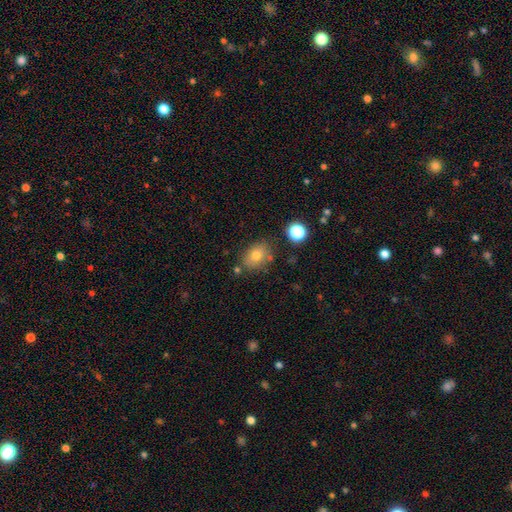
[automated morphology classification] Smooth or featured? smooth (75%)
How rounded? in between (63%)
Merging? none (74%)